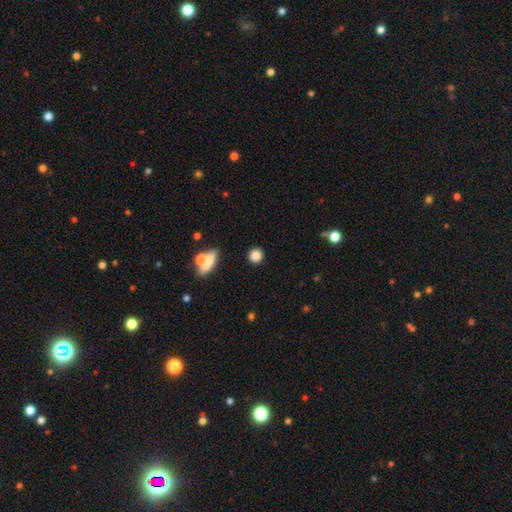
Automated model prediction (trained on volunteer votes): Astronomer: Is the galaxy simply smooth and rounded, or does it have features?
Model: smooth — 84%.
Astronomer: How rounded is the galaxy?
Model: round — 91%.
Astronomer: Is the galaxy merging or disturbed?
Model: none — 88%.